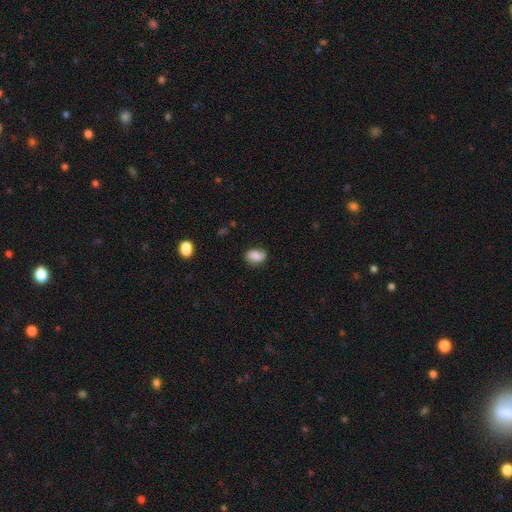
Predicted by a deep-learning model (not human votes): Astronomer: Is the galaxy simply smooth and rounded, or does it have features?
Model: smooth — 72%.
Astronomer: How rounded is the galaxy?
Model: in between — 79%.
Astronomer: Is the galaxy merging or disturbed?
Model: none — 74%.